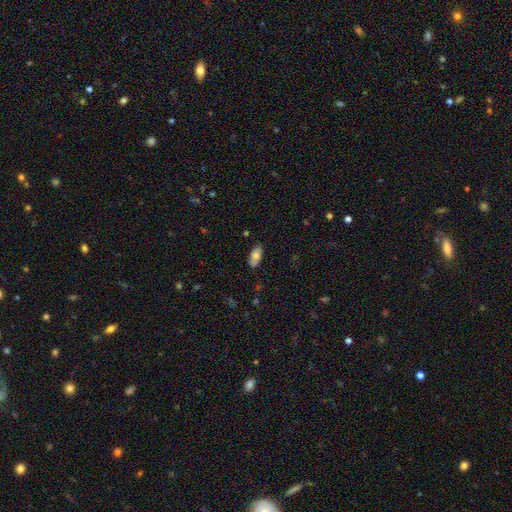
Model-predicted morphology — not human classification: smooth-or-featured: smooth: 74% | featured or disk: 19% | star or artifact: 7%
  how-rounded: in between: 90% | cigar-shaped: 7% | round: 3%
  merging: none: 80% | minor disturbance: 15% | major disturbance: 3% | merger: 2%